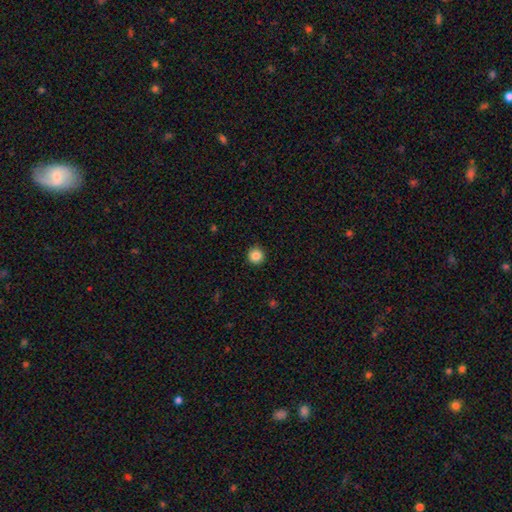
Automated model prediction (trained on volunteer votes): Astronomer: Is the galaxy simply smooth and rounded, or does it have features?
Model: smooth — 86%.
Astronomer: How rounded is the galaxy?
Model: round — 95%.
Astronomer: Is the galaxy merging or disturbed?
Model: none — 92%.